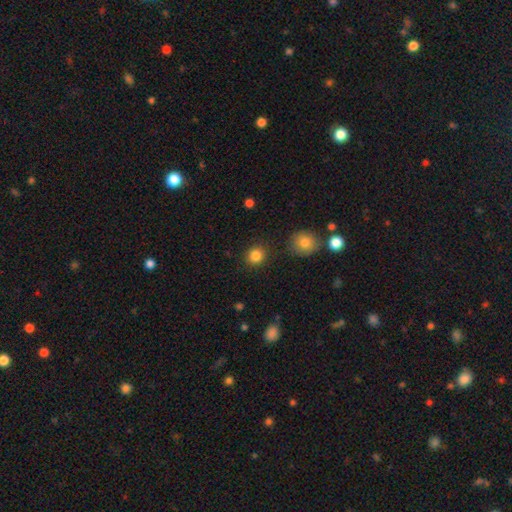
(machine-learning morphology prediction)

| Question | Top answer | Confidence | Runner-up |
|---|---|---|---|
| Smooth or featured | smooth | 85% | star or artifact (11%) |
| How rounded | round | 86% | in between (13%) |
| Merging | none | 88% | minor disturbance (7%) |